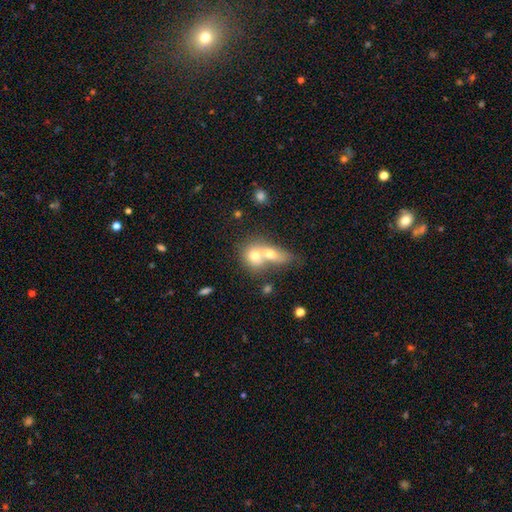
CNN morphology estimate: type=smooth (57%); roundness=round (58%); merging=merger (61%).